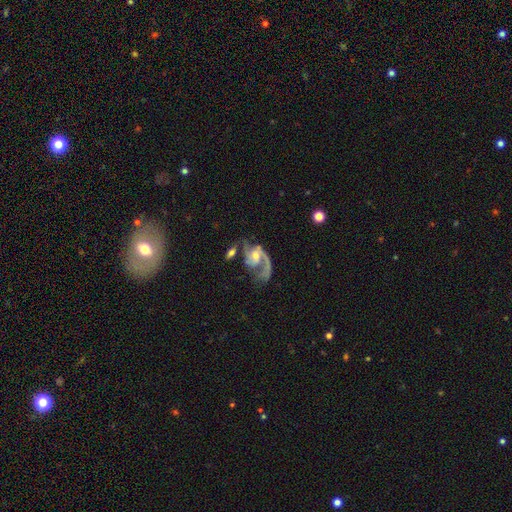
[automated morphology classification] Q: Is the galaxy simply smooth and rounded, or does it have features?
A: featured or disk — 89%.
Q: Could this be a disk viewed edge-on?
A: no — 98%.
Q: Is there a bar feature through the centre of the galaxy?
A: no — 53%.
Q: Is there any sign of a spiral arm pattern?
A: yes — 96%.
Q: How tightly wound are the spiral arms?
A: medium — 48%.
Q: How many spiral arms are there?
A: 2 — 74%.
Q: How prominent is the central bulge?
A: moderate — 54%.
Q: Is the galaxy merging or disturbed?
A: none — 39%.